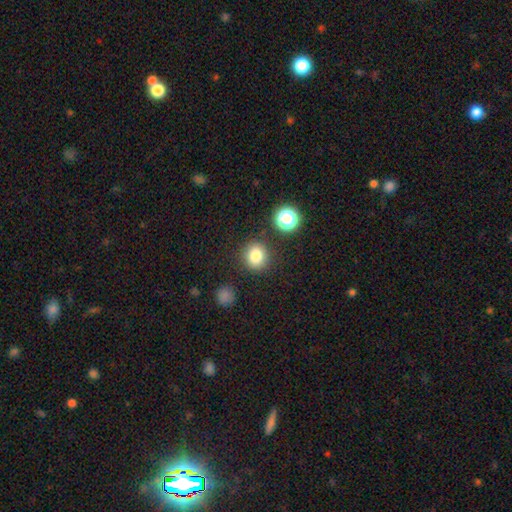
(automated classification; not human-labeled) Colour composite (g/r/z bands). It shows a smooth galaxy with no disk features (81%) that is round (87%). Merging: none (85%).